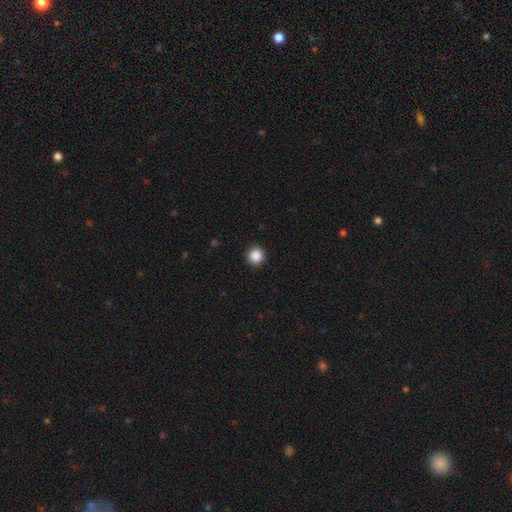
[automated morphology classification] The model was most divided on "smooth or featured": smooth: 88%, star or artifact: 10%, featured or disk: 2%. More confident: how rounded — round (95%); merging — none (93%).